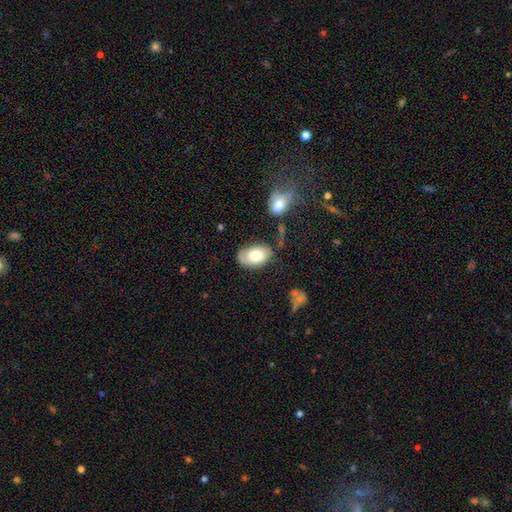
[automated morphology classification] The model was most divided on "merging": none: 58%, minor disturbance: 25%, major disturbance: 9%, merger: 7%. More confident: how rounded — in between (91%); smooth or featured — smooth (72%).